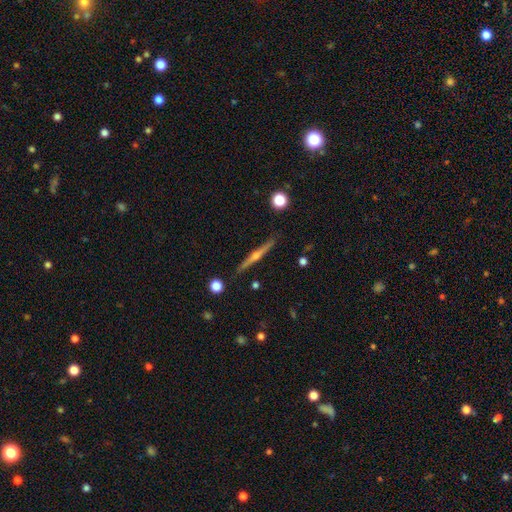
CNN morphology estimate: featured or disk 75%, smooth 18%, star or artifact 6%. Down the decision tree: edge-on disk — yes (98%); edge-on bulge — rounded (89%); merging — none (91%).